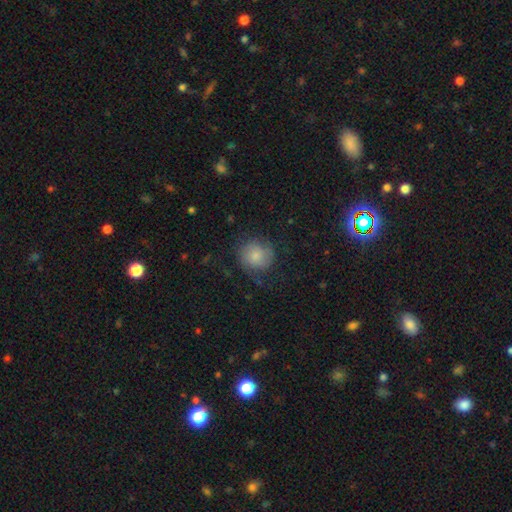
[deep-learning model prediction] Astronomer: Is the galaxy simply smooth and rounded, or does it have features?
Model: smooth — 67%.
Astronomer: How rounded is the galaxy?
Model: round — 87%.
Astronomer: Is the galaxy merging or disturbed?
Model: none — 66%.